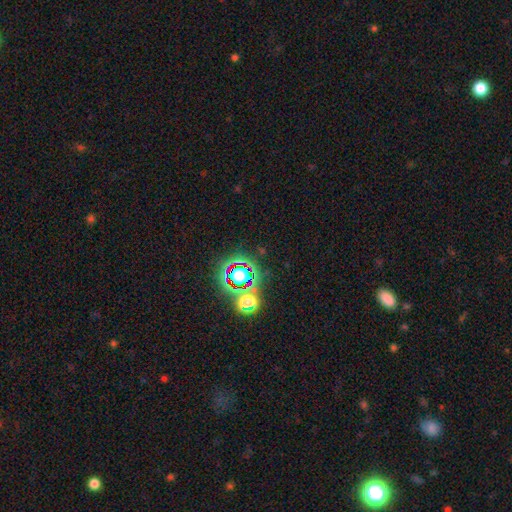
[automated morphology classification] Smooth or featured? Predicted: star or artifact (p=0.77).